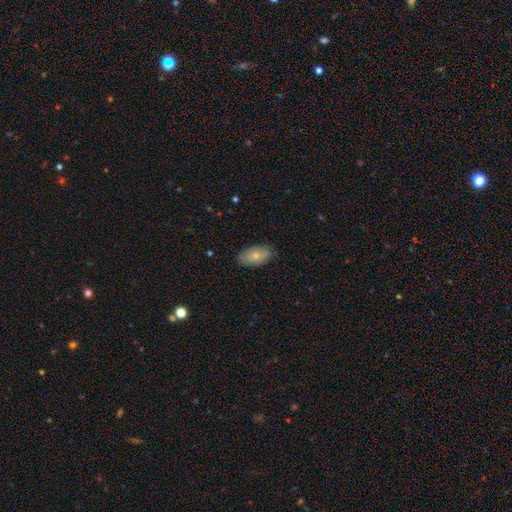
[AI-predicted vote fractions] A smooth galaxy with no disk features (76%) that is in between round and cigar-shaped (94%). Merging: none (84%).